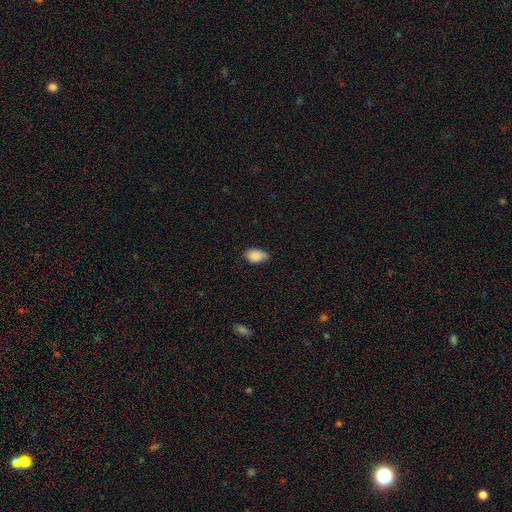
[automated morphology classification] A smooth galaxy with no disk features (87%) that is in between round and cigar-shaped (92%).

Vote fractions:
- Smooth or featured? smooth: 87% / star or artifact: 7% / featured or disk: 6%
- How rounded? in between: 92% / round: 7% / cigar-shaped: 2%
- Merging? none: 64% / minor disturbance: 30% / major disturbance: 4% / merger: 2%